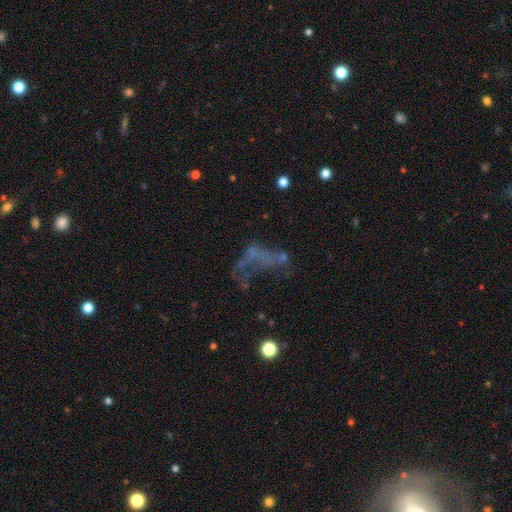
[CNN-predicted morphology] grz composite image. It shows a featured or disk galaxy (44%). Merging: major disturbance (43%).